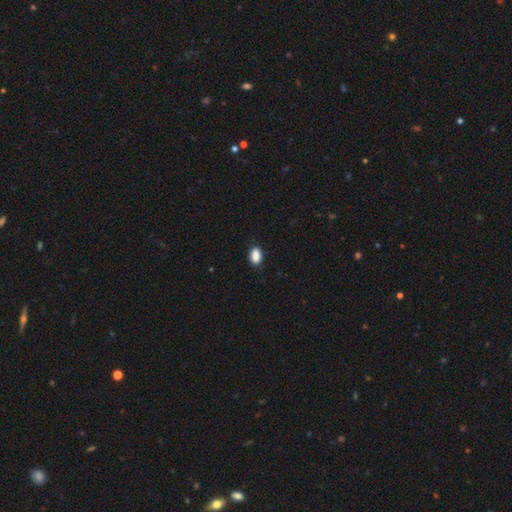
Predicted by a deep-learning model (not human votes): A smooth galaxy with no disk features (89%) that is in between round and cigar-shaped (90%).

Vote fractions:
- Smooth or featured? smooth: 89% / star or artifact: 8% / featured or disk: 3%
- How rounded? in between: 90% / round: 7% / cigar-shaped: 3%
- Merging? none: 85% / minor disturbance: 12% / major disturbance: 2% / merger: 1%